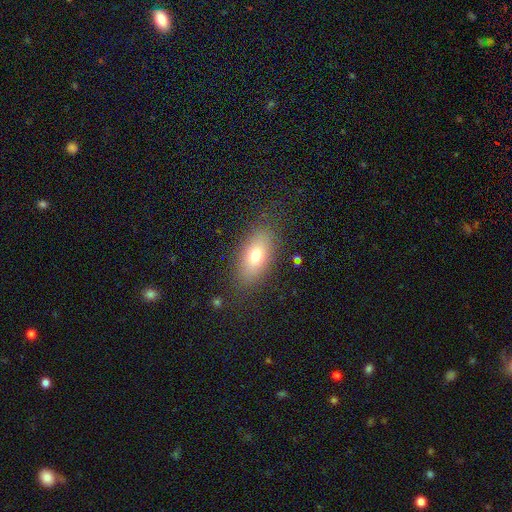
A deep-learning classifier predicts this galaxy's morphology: smooth 73%, featured or disk 18%, star or artifact 9%. Down the decision tree: how rounded — in between (85%); merging — none (82%).